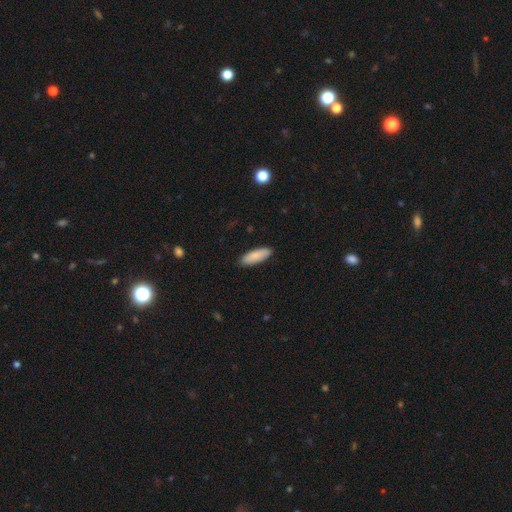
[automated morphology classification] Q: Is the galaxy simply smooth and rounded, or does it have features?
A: smooth — 88%.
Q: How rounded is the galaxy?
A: in between — 65%.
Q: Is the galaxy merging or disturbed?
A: none — 89%.